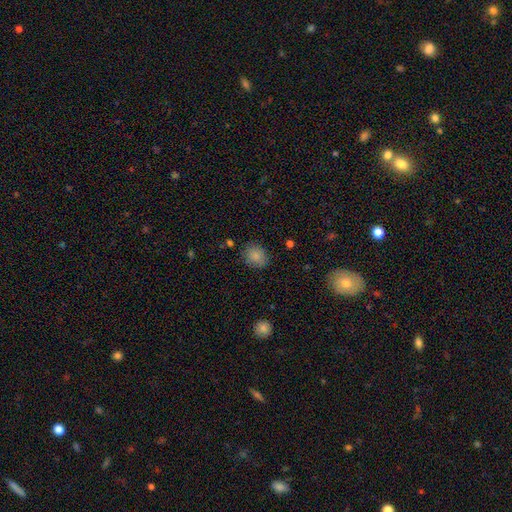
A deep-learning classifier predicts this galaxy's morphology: smooth-or-featured: smooth: 84% | star or artifact: 9% | featured or disk: 7%
  how-rounded: round: 54% | in between: 45% | cigar-shaped: 1%
  merging: none: 81% | minor disturbance: 14% | major disturbance: 4% | merger: 2%